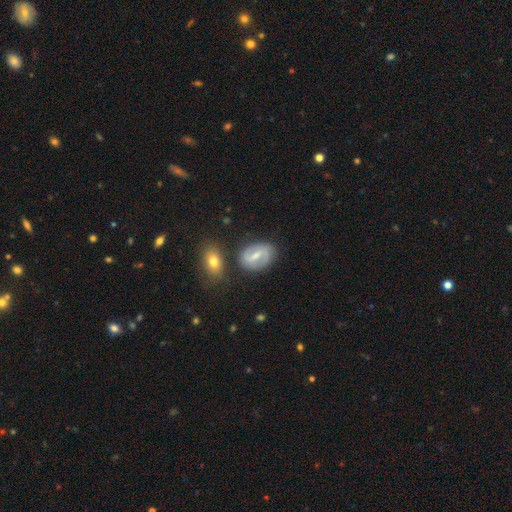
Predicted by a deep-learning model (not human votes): This appears to be a featured or disk galaxy (63%) with a weak bar (48%), spiral arms (77%) and a small central bulge (54%). Merging: none (75%).